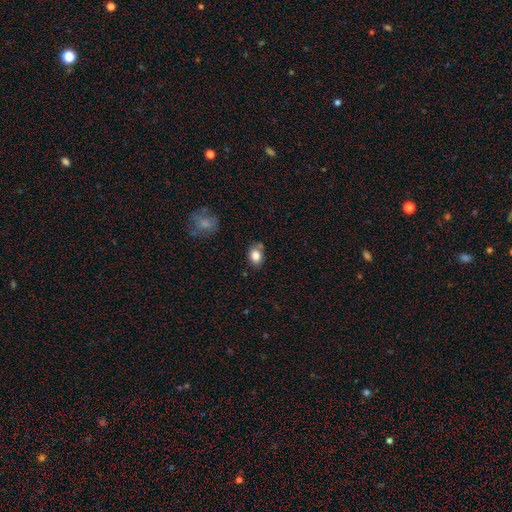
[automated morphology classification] smooth 83%, star or artifact 9%, featured or disk 8%. Down the decision tree: how rounded — in between (68%); merging — none (70%).